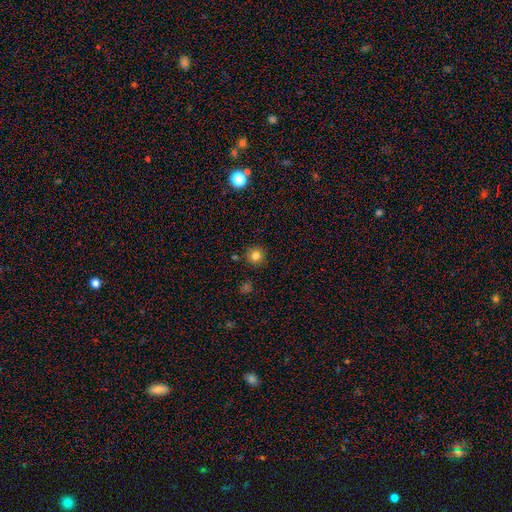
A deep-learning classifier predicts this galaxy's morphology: smooth 81%, star or artifact 13%, featured or disk 6%. Down the decision tree: how rounded — round (95%); merging — none (90%).